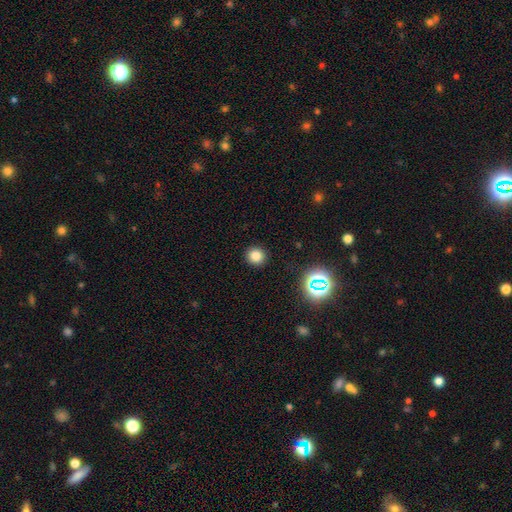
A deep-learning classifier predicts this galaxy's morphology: Smooth or featured?
  - smooth: 80% *
  - star or artifact: 15%
  - featured or disk: 5%
How rounded?
  - round: 91% *
  - in between: 8%
  - cigar-shaped: 1%
Merging?
  - none: 92% *
  - minor disturbance: 5%
  - major disturbance: 2%
  - merger: 1%